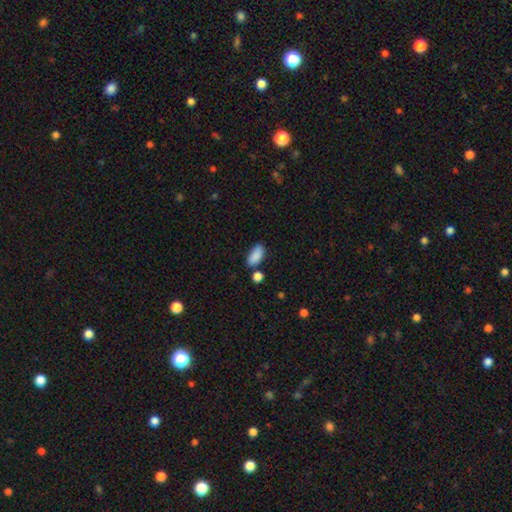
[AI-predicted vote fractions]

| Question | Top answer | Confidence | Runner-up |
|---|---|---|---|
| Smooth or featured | smooth | 88% | star or artifact (8%) |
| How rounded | in between | 90% | cigar-shaped (7%) |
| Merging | none | 71% | minor disturbance (15%) |